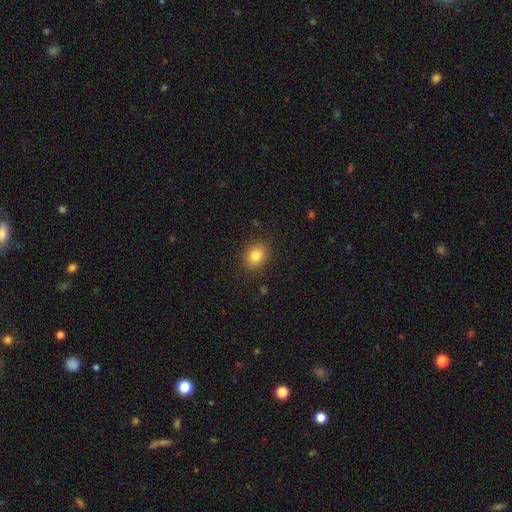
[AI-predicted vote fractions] smooth_or_featured: smooth (p=0.82) [alt: star or artifact p=0.11]
how_rounded: round (p=0.59) [alt: in between p=0.40]
merging: none (p=0.88) [alt: minor disturbance p=0.08]